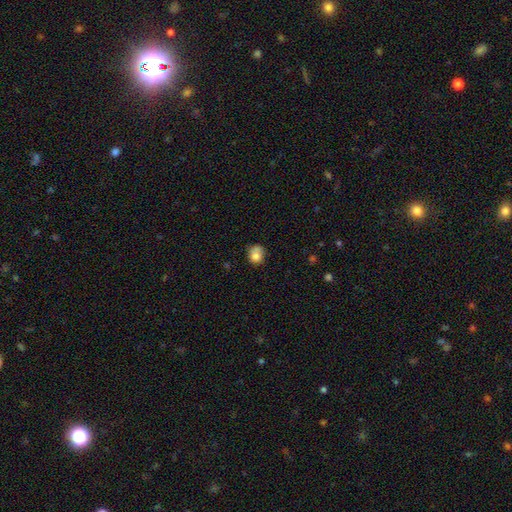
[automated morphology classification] Smooth or featured?
  - smooth: 76% *
  - featured or disk: 13%
  - star or artifact: 10%
How rounded?
  - round: 67% *
  - in between: 32%
  - cigar-shaped: 1%
Merging?
  - none: 49% *
  - minor disturbance: 28%
  - merger: 12%
  - major disturbance: 11%